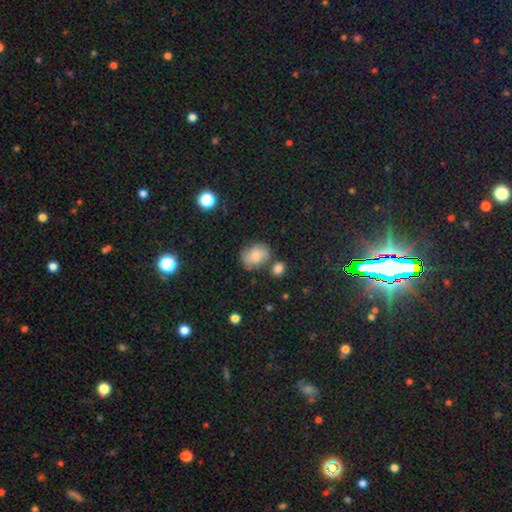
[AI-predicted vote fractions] Smooth or featured: smooth — 66% (featured or disk — 23%)
How rounded: in between — 57% (round — 42%)
Merging: none — 66% (minor disturbance — 19%)